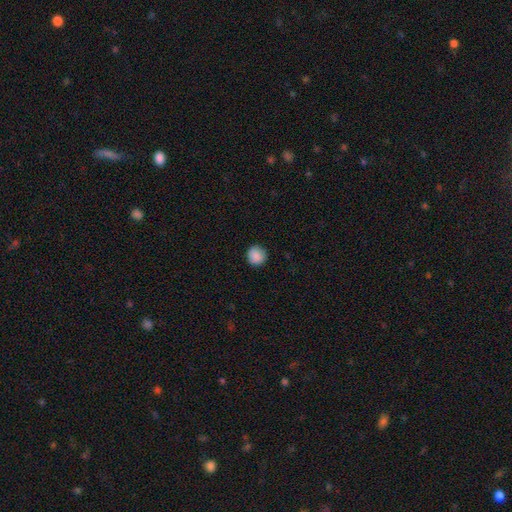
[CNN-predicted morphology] This appears to be a smooth galaxy with no disk features (88%) that is round (92%). Merging: none (90%).